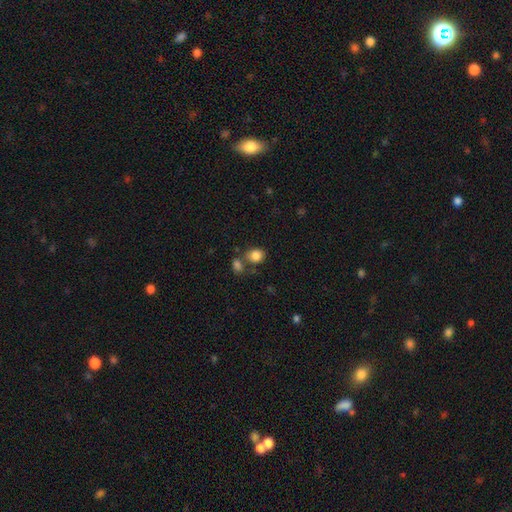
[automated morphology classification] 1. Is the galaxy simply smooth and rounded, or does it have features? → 84% smooth, 10% star or artifact, 6% featured or disk.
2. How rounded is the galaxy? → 63% round, 36% in between, 1% cigar-shaped.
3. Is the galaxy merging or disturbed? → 59% none, 24% merger, 12% minor disturbance, 5% major disturbance.